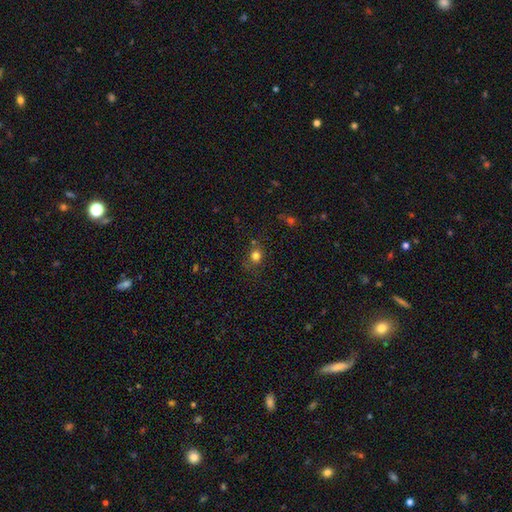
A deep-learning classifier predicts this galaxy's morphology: smooth 77%, star or artifact 17%, featured or disk 6%. Down the decision tree: how rounded — round (79%); merging — none (75%).